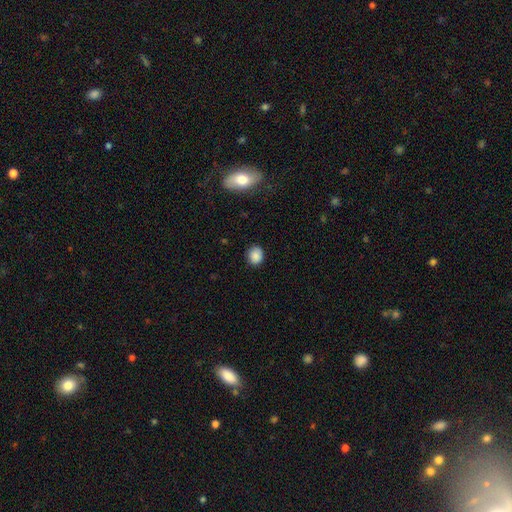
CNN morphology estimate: Overall: smooth (87%). How rounded: round (70%). Merging: none (84%).